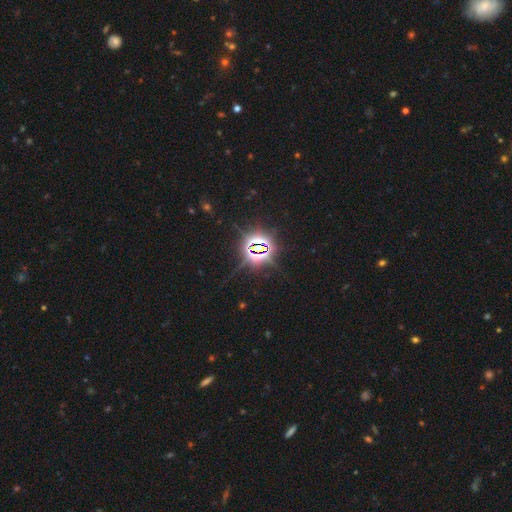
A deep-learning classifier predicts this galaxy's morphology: The model was most divided on "smooth or featured": star or artifact: 83%, smooth: 9%, featured or disk: 8%.